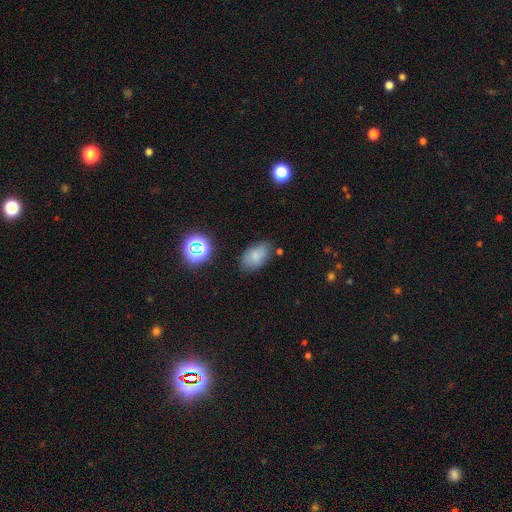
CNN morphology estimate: smooth 78%, star or artifact 12%, featured or disk 10%. Down the decision tree: how rounded — in between (91%); merging — none (76%).